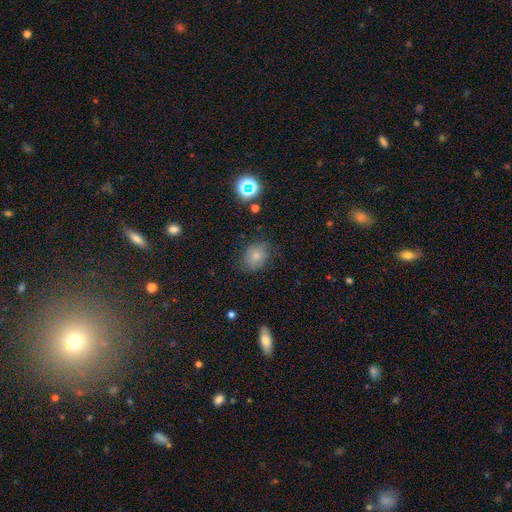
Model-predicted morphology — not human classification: Q: Smooth or featured?
A: smooth (77%); runner-up: star or artifact (12%)
Q: How rounded?
A: in between (59%); runner-up: round (40%)
Q: Merging?
A: none (76%); runner-up: minor disturbance (18%)